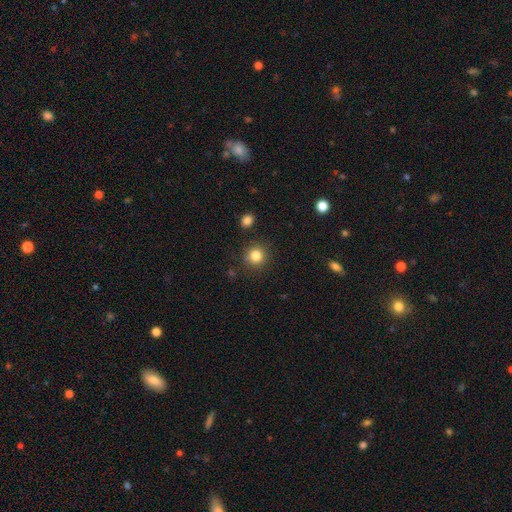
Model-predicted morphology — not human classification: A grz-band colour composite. It shows a smooth galaxy with no disk features (83%) that is round (91%). Merging: none (87%).